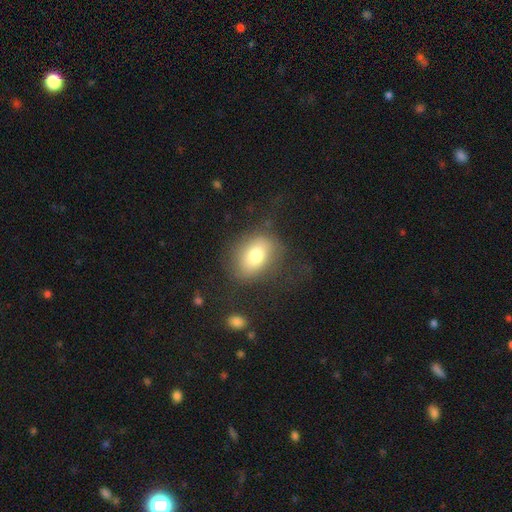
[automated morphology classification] type=smooth (74%); roundness=in between (71%); merging=none (63%).